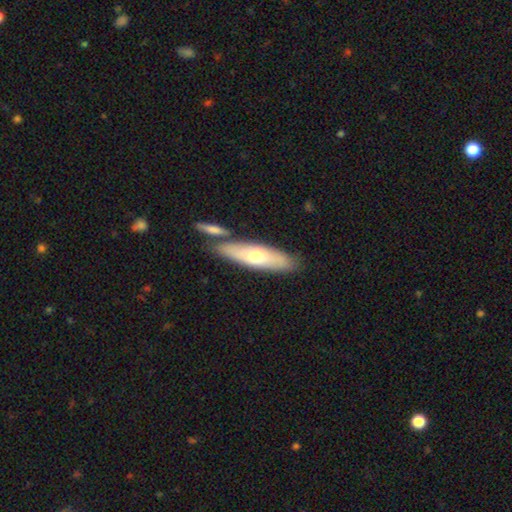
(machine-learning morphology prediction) Smooth or featured: smooth — 56% (featured or disk — 39%)
How rounded: cigar-shaped — 66% (in between — 32%)
Merging: none — 70% (merger — 16%)